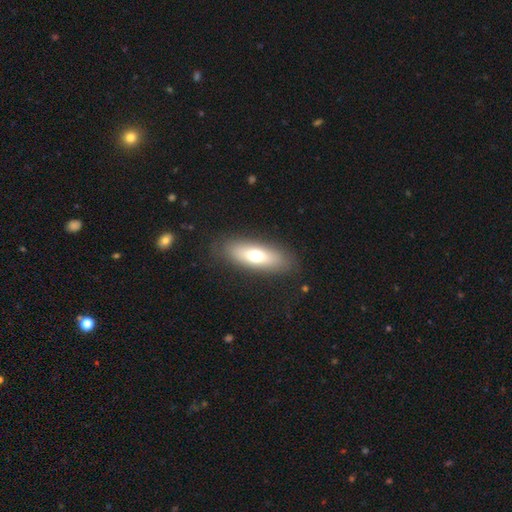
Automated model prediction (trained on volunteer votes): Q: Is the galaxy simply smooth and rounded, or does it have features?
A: smooth — 66%.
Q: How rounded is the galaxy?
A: in between — 65%.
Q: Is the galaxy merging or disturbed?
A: none — 85%.